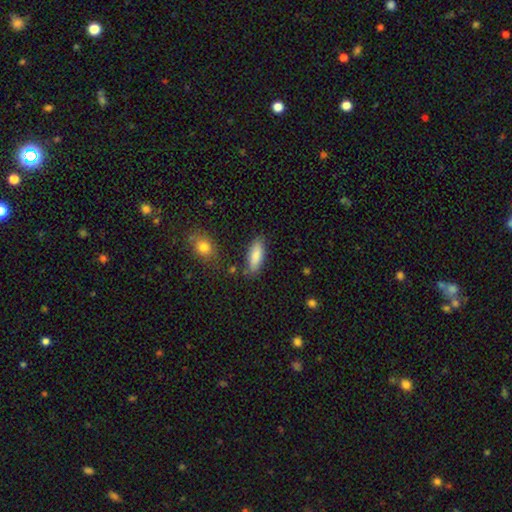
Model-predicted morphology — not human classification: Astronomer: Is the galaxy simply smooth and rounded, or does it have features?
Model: smooth — 86%.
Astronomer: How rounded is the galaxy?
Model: in between — 70%.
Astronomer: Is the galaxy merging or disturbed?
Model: none — 78%.